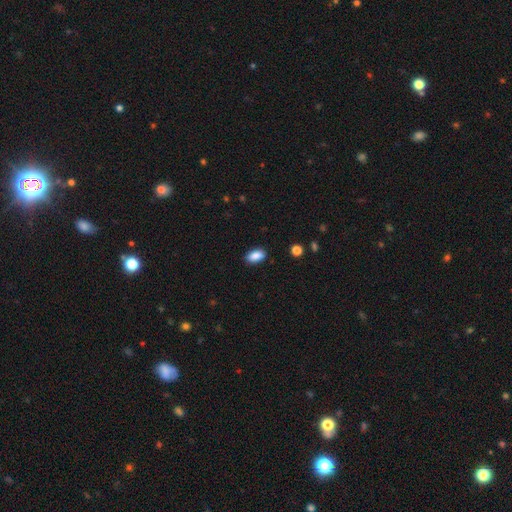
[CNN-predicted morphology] Smooth or featured?
  - smooth: 87% *
  - star or artifact: 8%
  - featured or disk: 5%
How rounded?
  - in between: 92% *
  - round: 4%
  - cigar-shaped: 4%
Merging?
  - none: 87% *
  - minor disturbance: 10%
  - major disturbance: 2%
  - merger: 1%